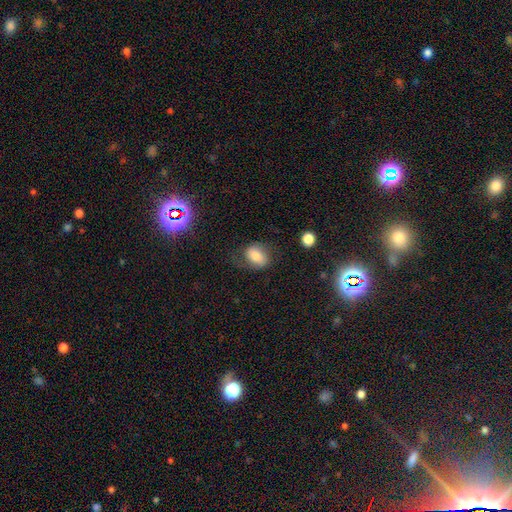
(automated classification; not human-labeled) A smooth galaxy with no disk features (68%) that is in between round and cigar-shaped (66%).

Vote fractions:
- Smooth or featured? smooth: 68% / featured or disk: 22% / star or artifact: 10%
- How rounded? in between: 66% / round: 32% / cigar-shaped: 1%
- Merging? none: 61% / minor disturbance: 23% / major disturbance: 15% / merger: 2%